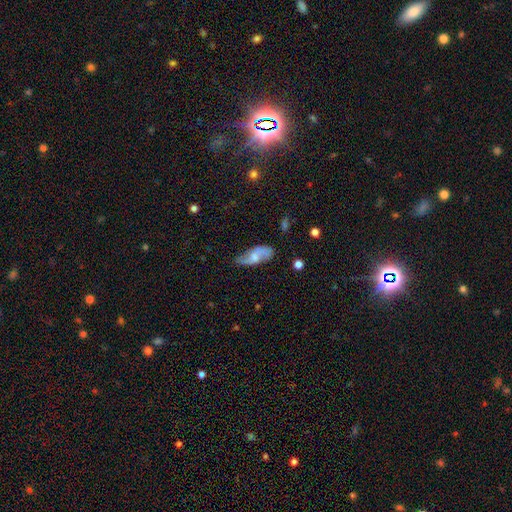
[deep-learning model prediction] Smooth or featured?
  - featured or disk: 52% *
  - smooth: 41%
  - star or artifact: 7%
Edge-on disk?
  - no: 88% *
  - yes: 12%
Merging?
  - none: 58% *
  - minor disturbance: 28%
  - major disturbance: 10%
  - merger: 3%